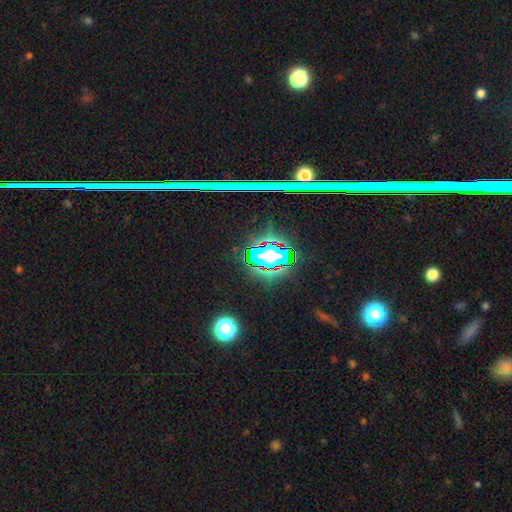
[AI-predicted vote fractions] Morphology: type=star or artifact (73%).